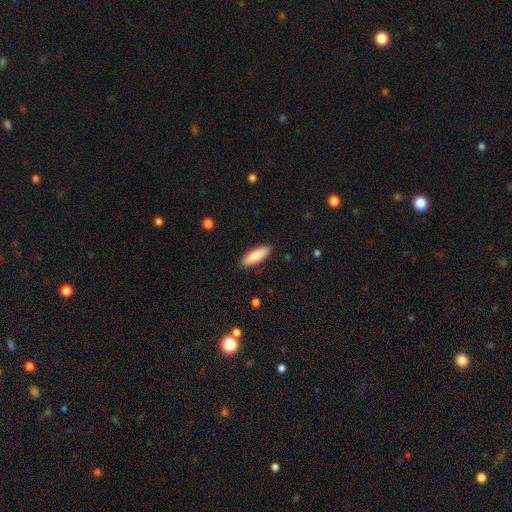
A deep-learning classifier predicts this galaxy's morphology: This is clearly a smooth galaxy (87%). How rounded: likely in between (63%). Merging: clearly none (89%).